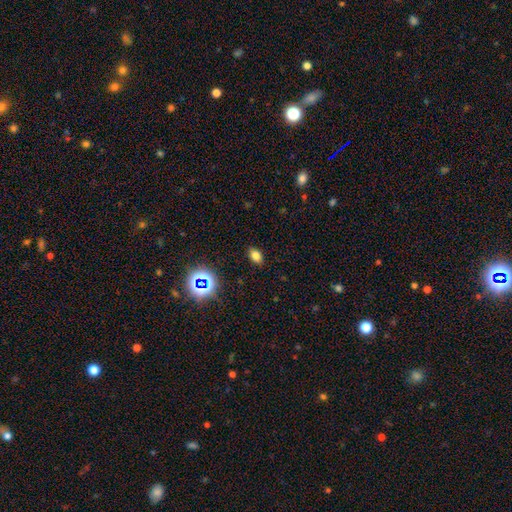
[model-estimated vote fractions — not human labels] Smooth or featured? smooth (74%)
How rounded? in between (83%)
Merging? none (87%)